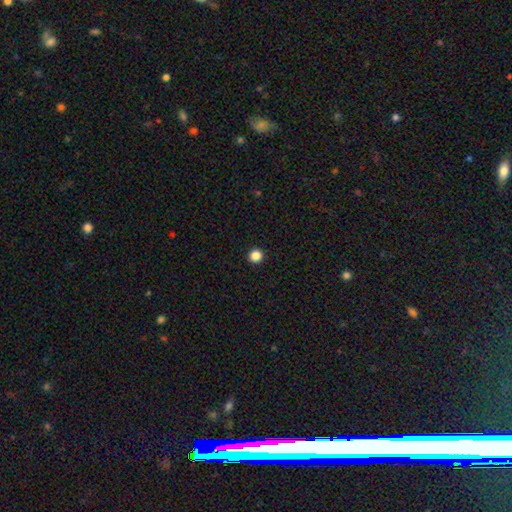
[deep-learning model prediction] This appears to be a smooth galaxy with no disk features (86%) that is round (96%). Merging: none (94%).